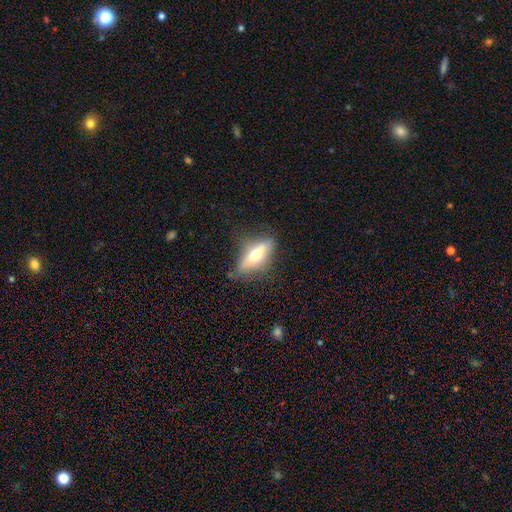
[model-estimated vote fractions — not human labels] Smooth or featured? featured or disk (50%)
Edge-on disk? yes (81%)
Merging? none (75%)